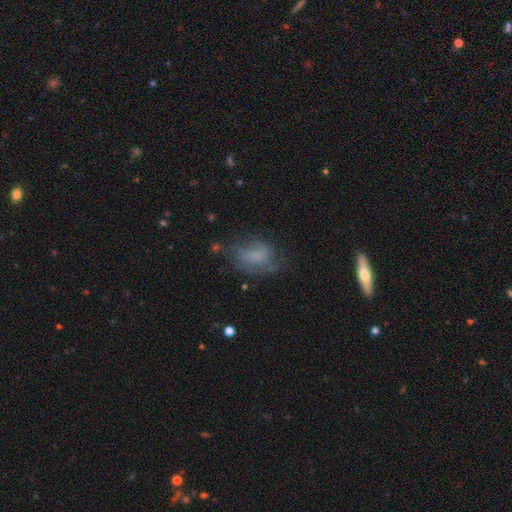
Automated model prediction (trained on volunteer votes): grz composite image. It shows a smooth galaxy with no disk features (62%) that is in between round and cigar-shaped (82%). Merging: none (46%).